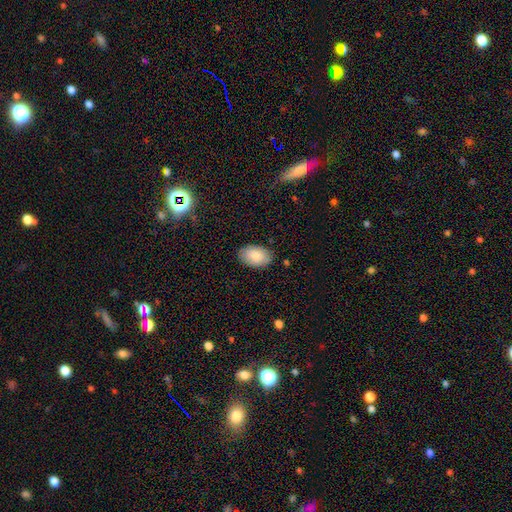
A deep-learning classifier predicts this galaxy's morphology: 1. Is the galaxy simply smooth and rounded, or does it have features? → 86% smooth, 8% featured or disk, 6% star or artifact.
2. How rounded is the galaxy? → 92% in between, 7% round, 1% cigar-shaped.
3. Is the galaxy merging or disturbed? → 86% none, 11% minor disturbance, 2% major disturbance, 1% merger.